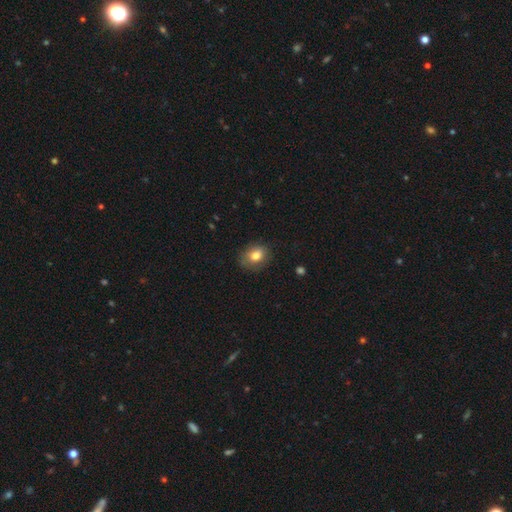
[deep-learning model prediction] Smooth or featured? smooth (80%)
How rounded? in between (50%)
Merging? none (79%)